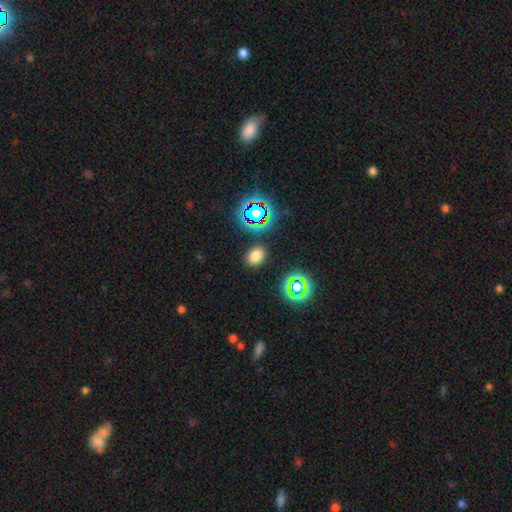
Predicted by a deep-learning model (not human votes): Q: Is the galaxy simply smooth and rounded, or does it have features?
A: smooth — 72%.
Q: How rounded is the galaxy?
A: in between — 65%.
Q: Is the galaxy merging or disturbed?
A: none — 86%.